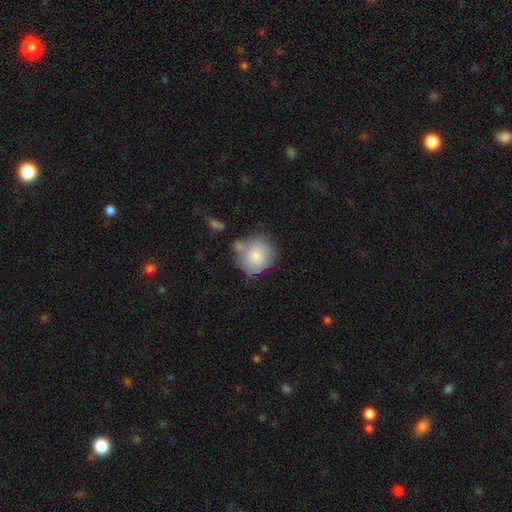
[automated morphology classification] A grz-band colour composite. It shows a smooth galaxy with no disk features (77%) that is round (84%). Merging: none (54%).